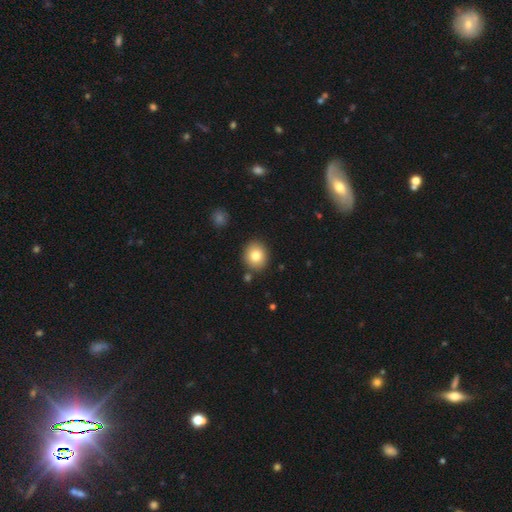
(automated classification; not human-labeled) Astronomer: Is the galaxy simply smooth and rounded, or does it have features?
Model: smooth — 80%.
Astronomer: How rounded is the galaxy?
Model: round — 77%.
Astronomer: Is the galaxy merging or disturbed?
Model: none — 84%.